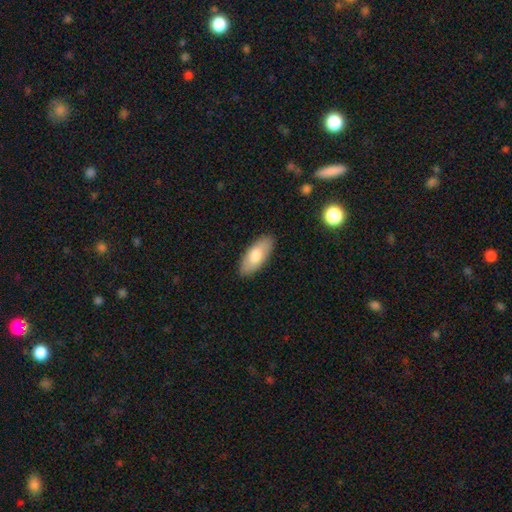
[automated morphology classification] Smooth or featured?
  - smooth: 76% *
  - featured or disk: 18%
  - star or artifact: 6%
How rounded?
  - in between: 85% *
  - cigar-shaped: 13%
  - round: 2%
Merging?
  - none: 88% *
  - minor disturbance: 9%
  - major disturbance: 2%
  - merger: 1%